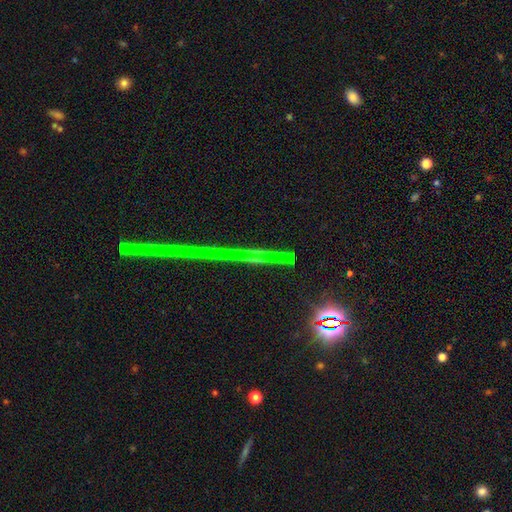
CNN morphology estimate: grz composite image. It shows a star or artifact, not a galaxy (45%).